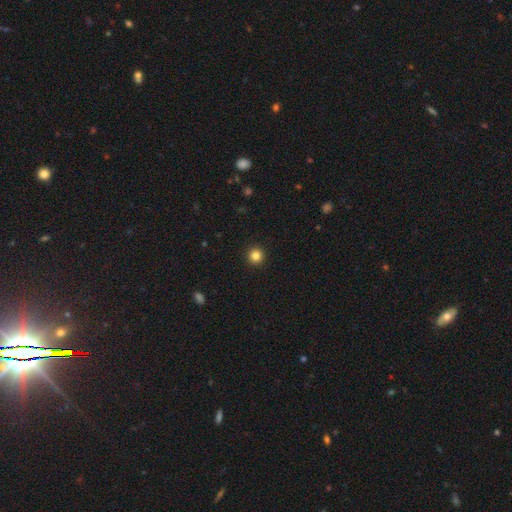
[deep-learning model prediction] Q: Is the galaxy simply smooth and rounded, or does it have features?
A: smooth — 84%.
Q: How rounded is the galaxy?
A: round — 96%.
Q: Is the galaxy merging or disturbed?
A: none — 94%.